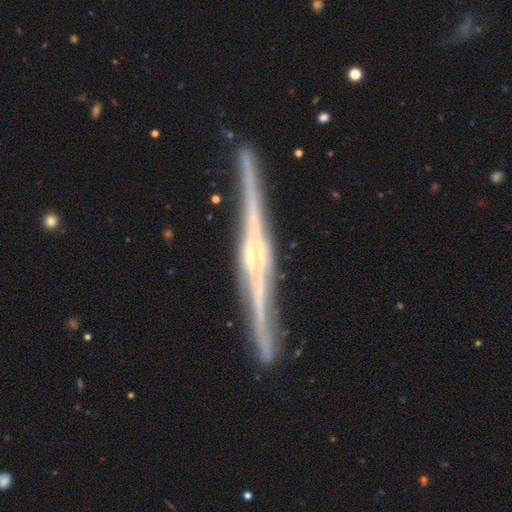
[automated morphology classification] This is clearly a featured or disk galaxy (90%). It is clearly viewed edge-on (98%). Edge-on bulge: possibly rounded (50%). Merging: clearly none (89%).